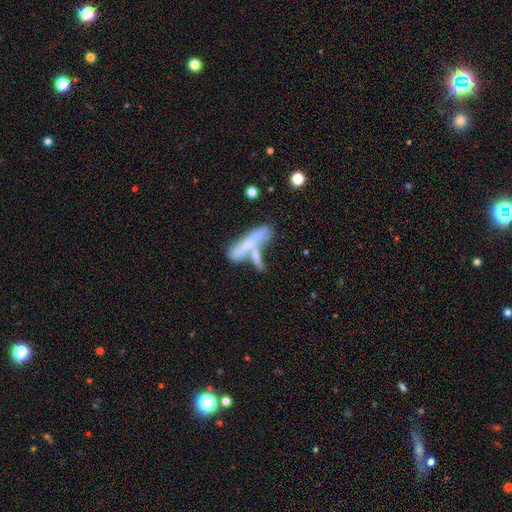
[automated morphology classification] Smooth or featured? Predicted: smooth (p=0.57). How rounded? Predicted: cigar-shaped (p=0.73). Merging? Predicted: merger (p=0.49).